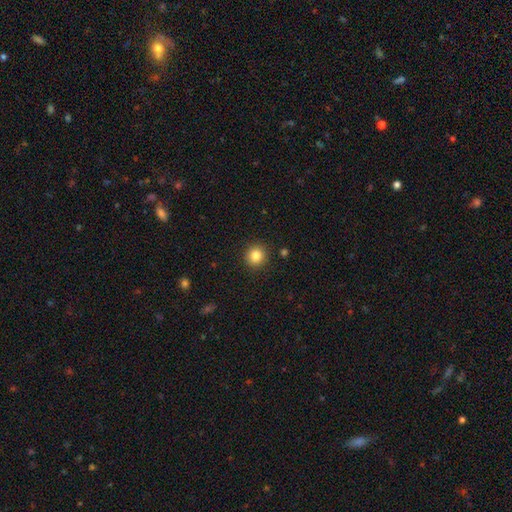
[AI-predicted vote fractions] smooth_or_featured: smooth (p=0.83) [alt: star or artifact p=0.11]
how_rounded: round (p=0.92) [alt: in between p=0.07]
merging: none (p=0.91) [alt: minor disturbance p=0.06]